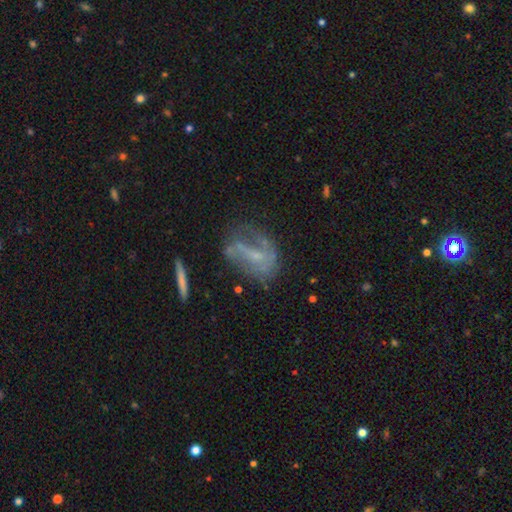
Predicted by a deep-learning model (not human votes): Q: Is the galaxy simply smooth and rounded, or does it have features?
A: featured or disk — 64%.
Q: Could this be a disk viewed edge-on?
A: no — 93%.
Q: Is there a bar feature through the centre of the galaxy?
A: weak — 40%.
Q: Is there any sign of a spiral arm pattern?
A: yes — 54%.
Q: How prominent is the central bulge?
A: small — 51%.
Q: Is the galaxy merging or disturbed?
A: none — 44%.